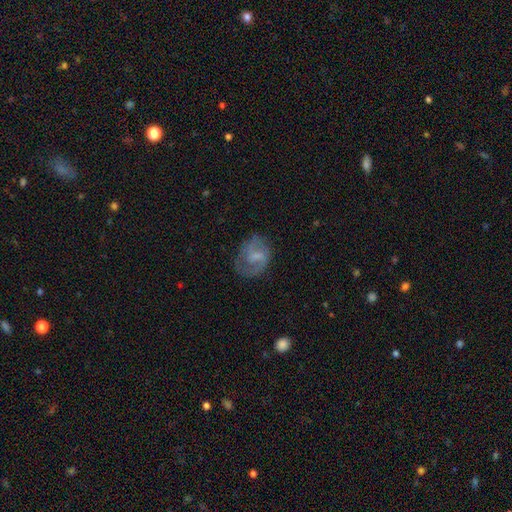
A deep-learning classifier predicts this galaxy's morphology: Smooth or featured: featured or disk — 59% (smooth — 33%)
Edge-on disk: no — 97% (yes — 3%)
Bar: weak — 52% (no — 34%)
Spiral arms: yes — 80% (no — 20%)
Bulge size: small — 34% (none — 33%)
Merging: none — 62% (minor disturbance — 22%)